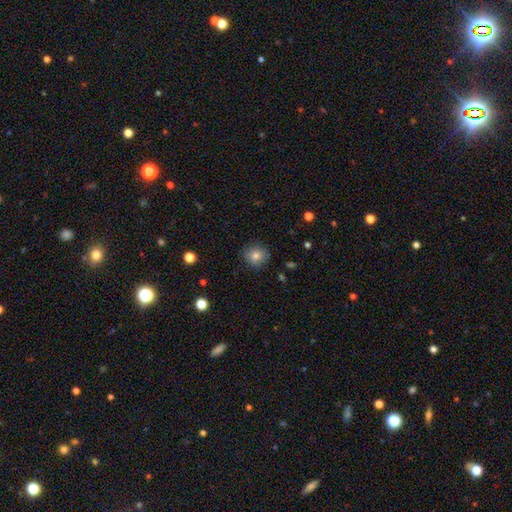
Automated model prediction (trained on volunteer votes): Overall: smooth (80%). How rounded: round (86%). Merging: none (84%).